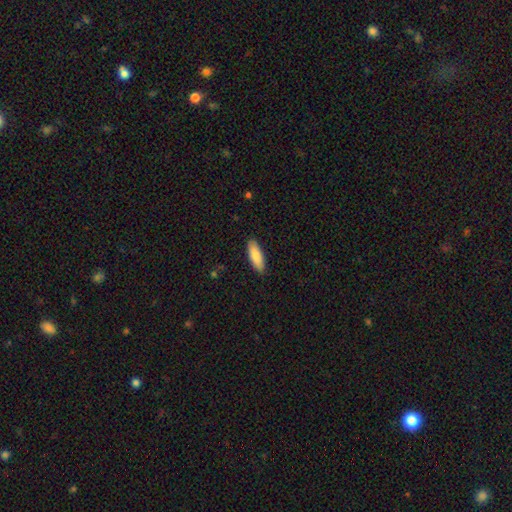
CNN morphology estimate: Smooth or featured: smooth — 85% (featured or disk — 10%)
How rounded: in between — 62% (cigar-shaped — 36%)
Merging: none — 88% (minor disturbance — 9%)